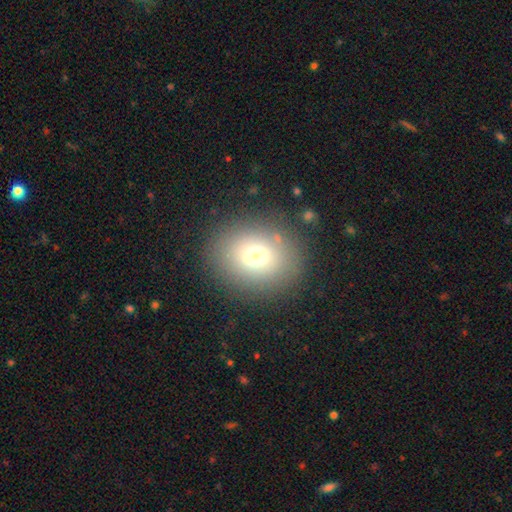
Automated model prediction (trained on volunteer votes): smooth 70%, featured or disk 16%, star or artifact 14%. Down the decision tree: how rounded — round (60%); merging — none (83%).